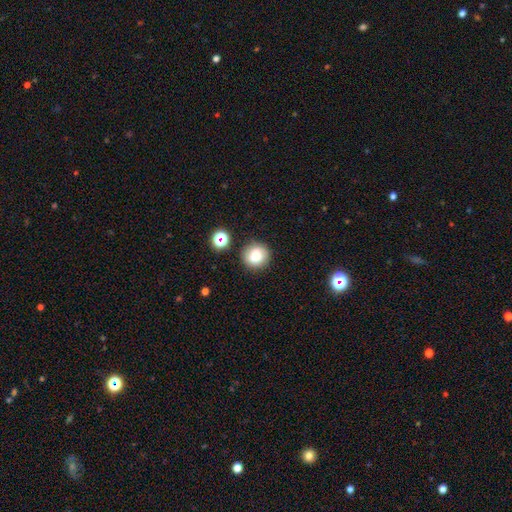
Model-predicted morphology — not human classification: smooth 78%, star or artifact 12%, featured or disk 10%. Down the decision tree: how rounded — round (90%); merging — none (84%).